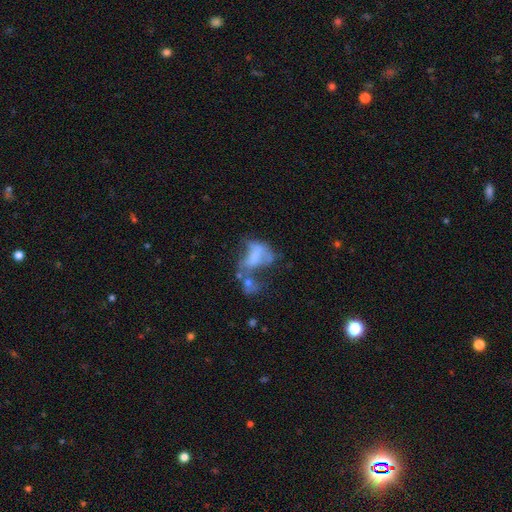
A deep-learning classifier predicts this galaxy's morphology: Overall: featured or disk (44%; smooth 42%). Merging: merger (37%; major disturbance 36%).